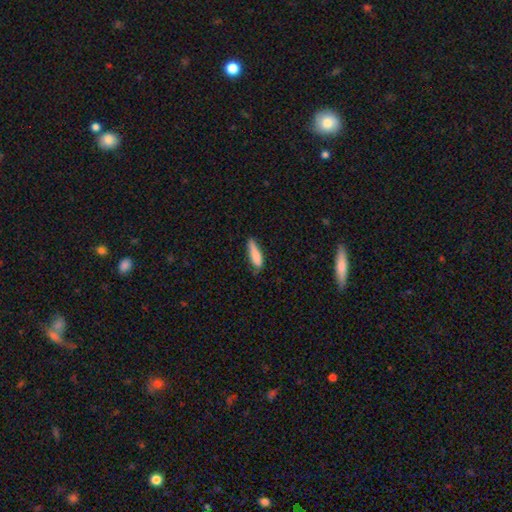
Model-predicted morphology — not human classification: Smooth or featured: smooth — 82% (featured or disk — 12%)
How rounded: cigar-shaped — 69% (in between — 30%)
Merging: none — 62% (minor disturbance — 30%)